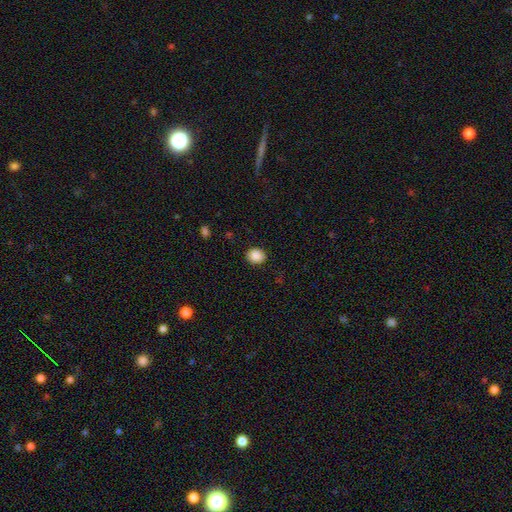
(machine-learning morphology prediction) Overall: smooth (88%). How rounded: round (74%). Merging: none (90%).